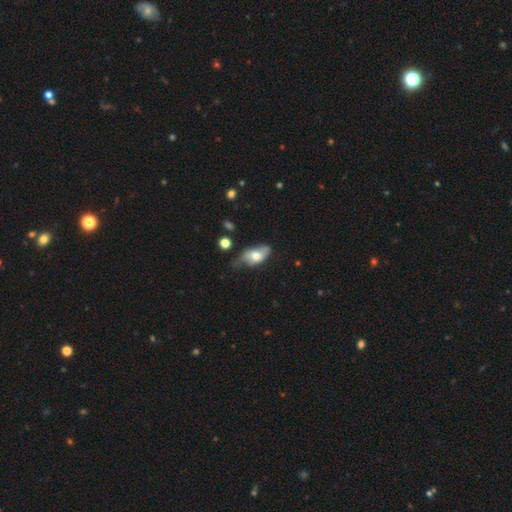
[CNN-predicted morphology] type=smooth (61%); roundness=in between (90%); merging=minor disturbance (42%).